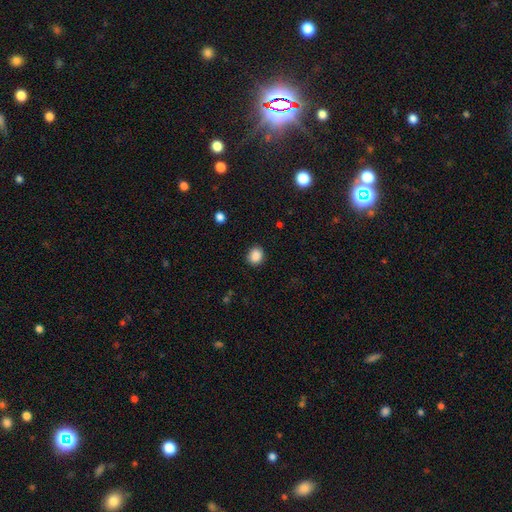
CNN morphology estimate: smooth-or-featured: smooth: 88% | star or artifact: 9% | featured or disk: 3%
  how-rounded: round: 71% | in between: 28% | cigar-shaped: 1%
  merging: none: 88% | minor disturbance: 8% | major disturbance: 2% | merger: 1%